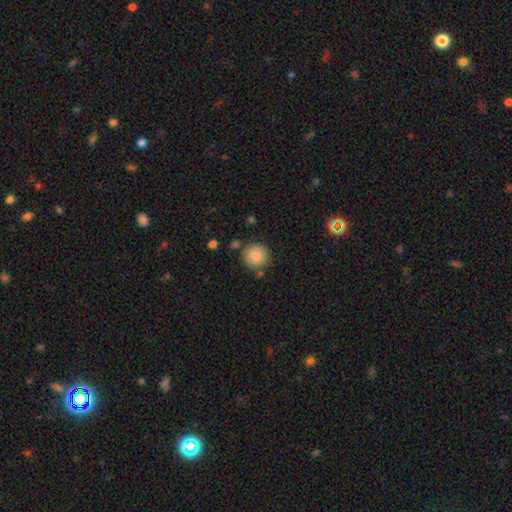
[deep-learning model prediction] smooth-or-featured: smooth: 86% | star or artifact: 8% | featured or disk: 6%
  how-rounded: round: 89% | in between: 10% | cigar-shaped: 1%
  merging: none: 78% | minor disturbance: 13% | merger: 6% | major disturbance: 3%